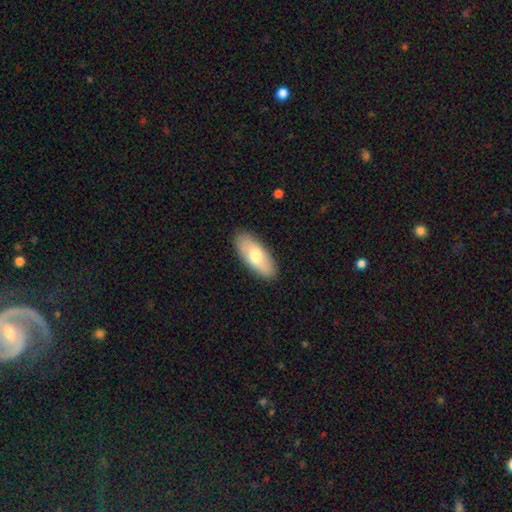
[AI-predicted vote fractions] smooth-or-featured: smooth: 68% | featured or disk: 26% | star or artifact: 5%
  how-rounded: in between: 85% | cigar-shaped: 13% | round: 3%
  merging: none: 89% | minor disturbance: 8% | major disturbance: 2% | merger: 1%